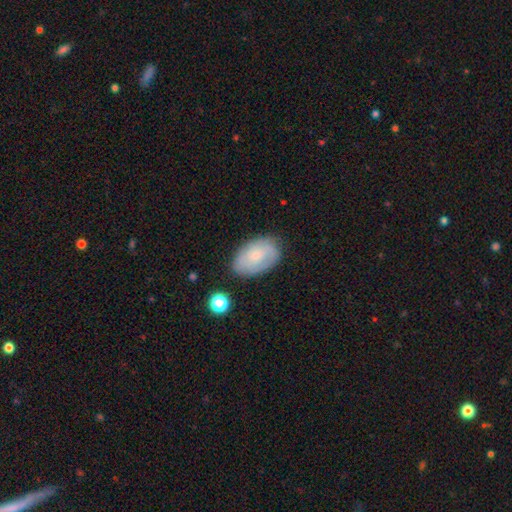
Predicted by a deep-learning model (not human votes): Overall: smooth (55%; featured or disk 38%). How rounded: in between (90%). Merging: none (73%).